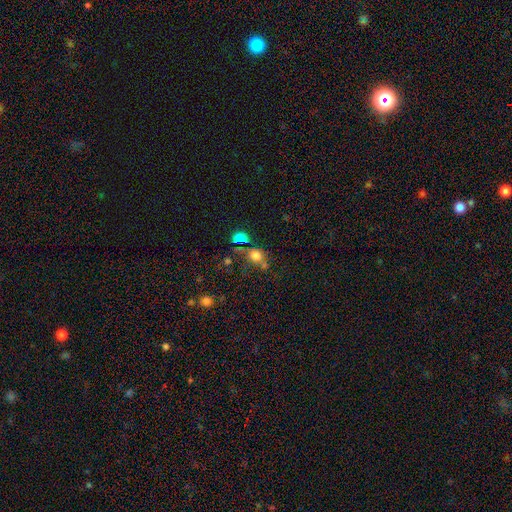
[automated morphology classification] Q: Smooth or featured?
A: smooth (73%); runner-up: star or artifact (17%)
Q: How rounded?
A: round (73%); runner-up: in between (26%)
Q: Merging?
A: none (55%); runner-up: merger (22%)